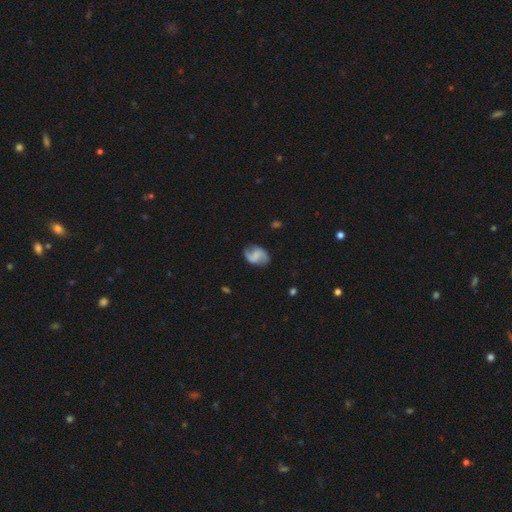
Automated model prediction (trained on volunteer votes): Smooth or featured?
  - featured or disk: 73% *
  - smooth: 20%
  - star or artifact: 7%
Edge-on disk?
  - no: 98% *
  - yes: 2%
Bar?
  - weak: 46% *
  - no: 34%
  - strong: 20%
Spiral arms?
  - yes: 93% *
  - no: 7%
Spiral winding?
  - loose: 52% *
  - medium: 37%
  - tight: 12%
Spiral arm count?
  - 2: 89% *
  - can't tell: 4%
  - 1: 4%
  - 3: 1%
  - 4: 1%
  - more than 4: 1%
Bulge size?
  - none: 58% *
  - small: 24%
  - moderate: 13%
  - large: 4%
  - dominant: 1%
Merging?
  - none: 73% *
  - minor disturbance: 18%
  - major disturbance: 7%
  - merger: 2%